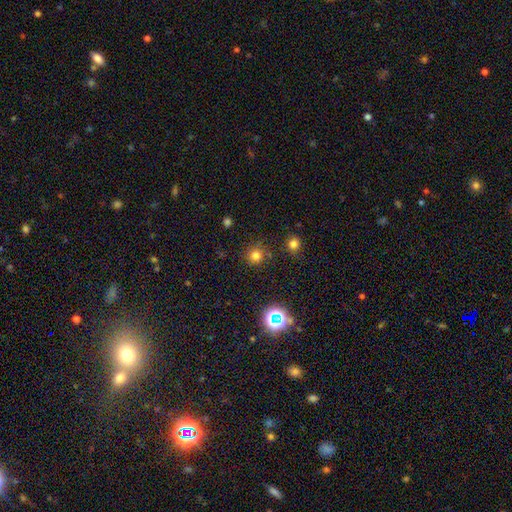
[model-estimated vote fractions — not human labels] Q: Smooth or featured?
A: smooth (73%); runner-up: star or artifact (21%)
Q: How rounded?
A: round (93%); runner-up: in between (6%)
Q: Merging?
A: none (85%); runner-up: minor disturbance (9%)